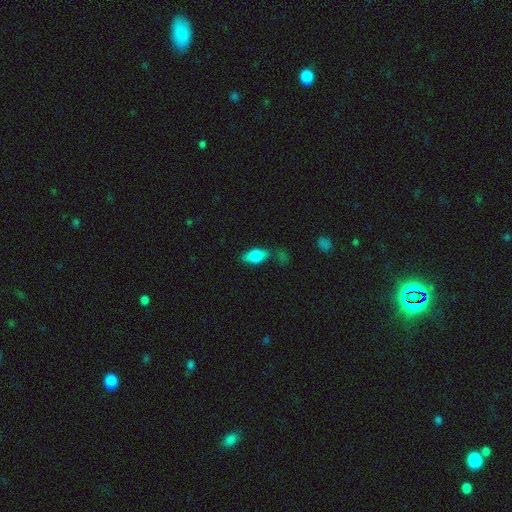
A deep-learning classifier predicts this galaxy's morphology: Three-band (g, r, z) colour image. It shows a smooth galaxy with no disk features (74%) that is in between round and cigar-shaped (85%). Merging: none (63%).